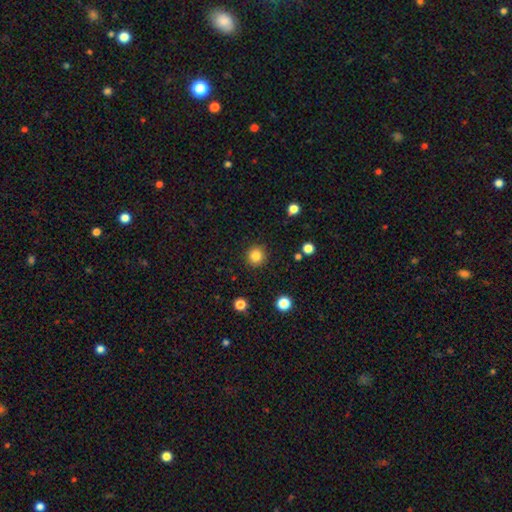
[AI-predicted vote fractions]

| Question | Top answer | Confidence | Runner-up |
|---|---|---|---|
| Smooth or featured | smooth | 84% | star or artifact (11%) |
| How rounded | round | 94% | in between (5%) |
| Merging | none | 91% | minor disturbance (6%) |